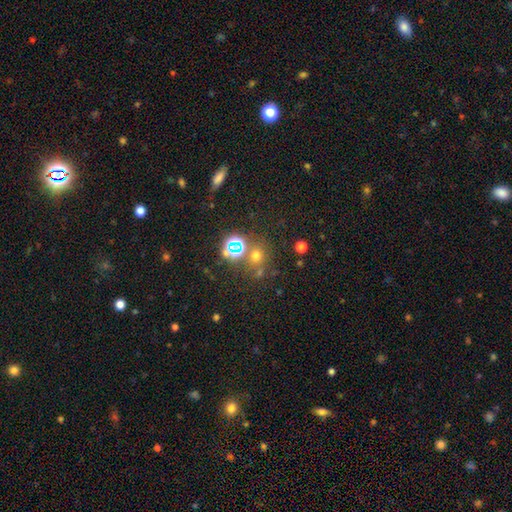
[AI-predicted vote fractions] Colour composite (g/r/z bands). It shows a smooth galaxy with no disk features (55%) that is round (80%). Merging: none (69%).